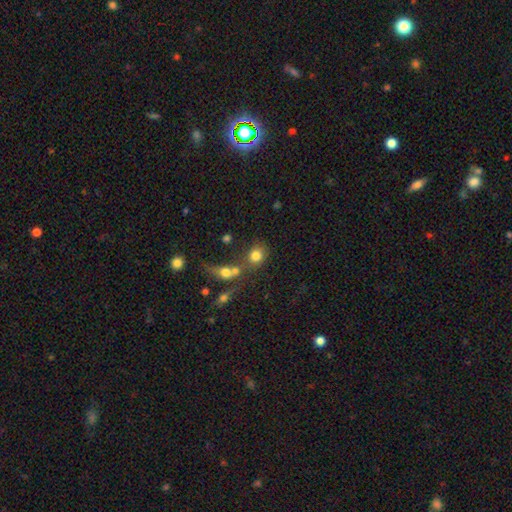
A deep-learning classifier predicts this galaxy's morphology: smooth-or-featured: smooth: 78% | star or artifact: 12% | featured or disk: 10%
  how-rounded: round: 74% | in between: 25% | cigar-shaped: 2%
  merging: none: 51% | merger: 31% | minor disturbance: 11% | major disturbance: 7%